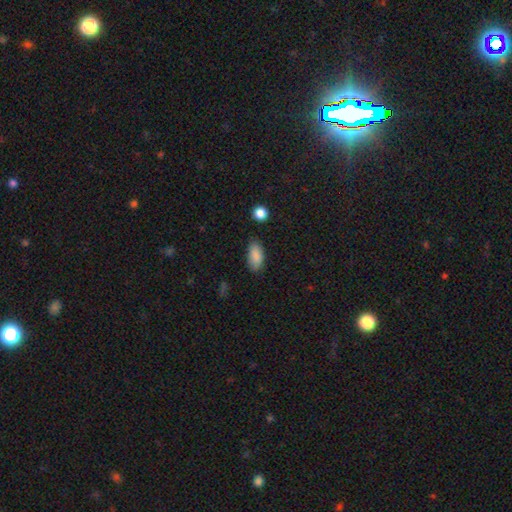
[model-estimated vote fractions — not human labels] Smooth or featured: smooth — 88% (star or artifact — 7%)
How rounded: in between — 90% (cigar-shaped — 7%)
Merging: none — 79% (minor disturbance — 16%)